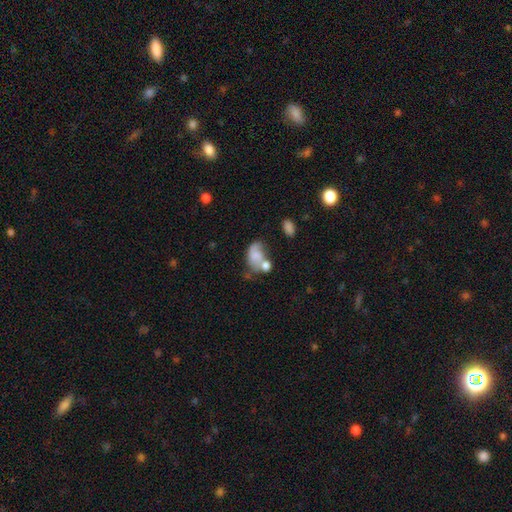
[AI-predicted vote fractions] Smooth or featured? smooth (60%)
How rounded? in between (81%)
Merging? merger (38%)